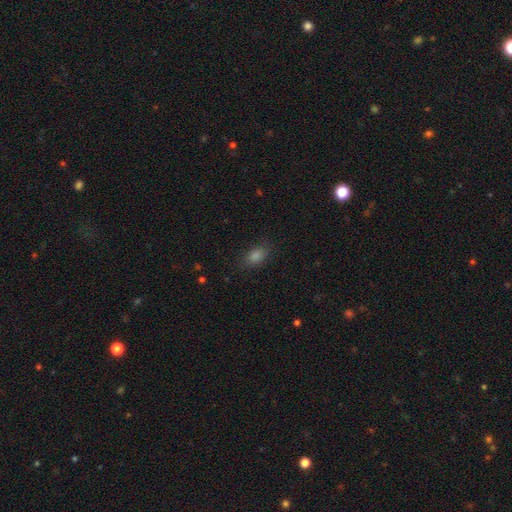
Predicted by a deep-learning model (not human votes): Overall: smooth (75%). How rounded: in between (79%). Merging: none (82%).